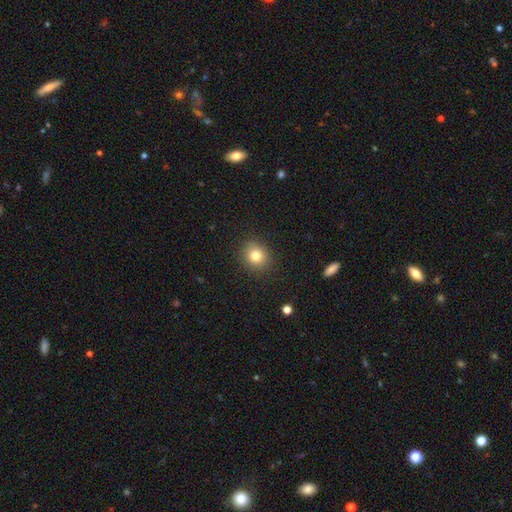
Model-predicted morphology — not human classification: smooth 79%, star or artifact 12%, featured or disk 8%. Down the decision tree: how rounded — round (77%); merging — none (89%).